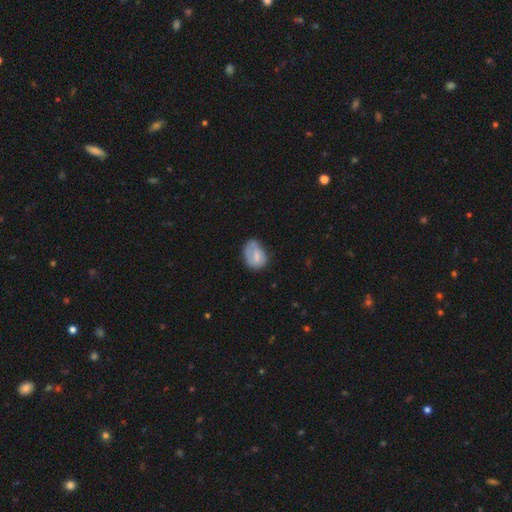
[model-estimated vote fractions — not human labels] A smooth galaxy with no disk features (58%) that is in between round and cigar-shaped (66%).

Vote fractions:
- Smooth or featured? smooth: 58% / featured or disk: 34% / star or artifact: 7%
- How rounded? in between: 66% / round: 33% / cigar-shaped: 1%
- Merging? none: 43% / minor disturbance: 35% / major disturbance: 19% / merger: 4%